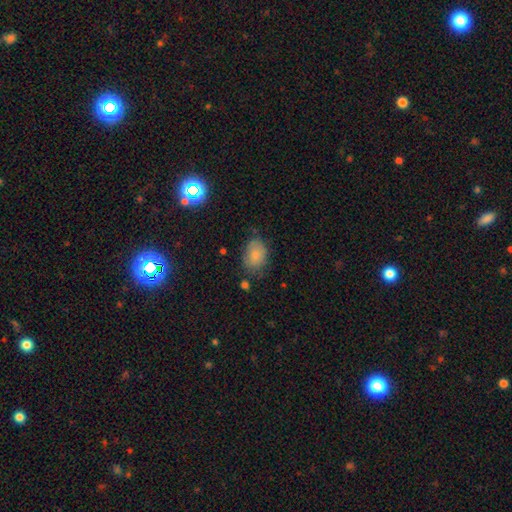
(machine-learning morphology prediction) A smooth galaxy with no disk features (81%) that is in between round and cigar-shaped (74%).

Vote fractions:
- Smooth or featured? smooth: 81% / featured or disk: 11% / star or artifact: 8%
- How rounded? in between: 74% / round: 25% / cigar-shaped: 1%
- Merging? none: 68% / minor disturbance: 23% / major disturbance: 7% / merger: 3%